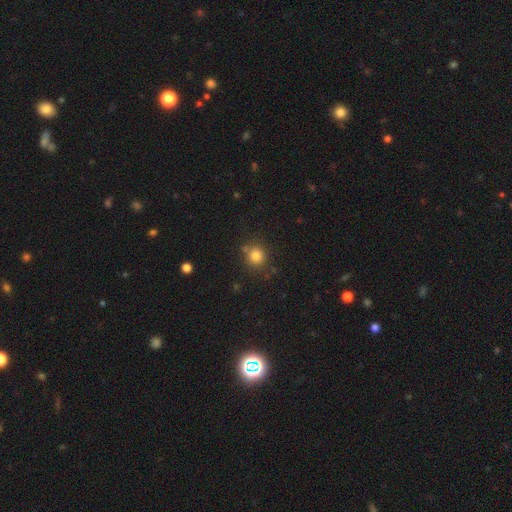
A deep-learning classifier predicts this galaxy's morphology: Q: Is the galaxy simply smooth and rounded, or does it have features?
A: smooth — 81%.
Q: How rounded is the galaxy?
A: round — 88%.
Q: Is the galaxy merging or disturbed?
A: none — 77%.